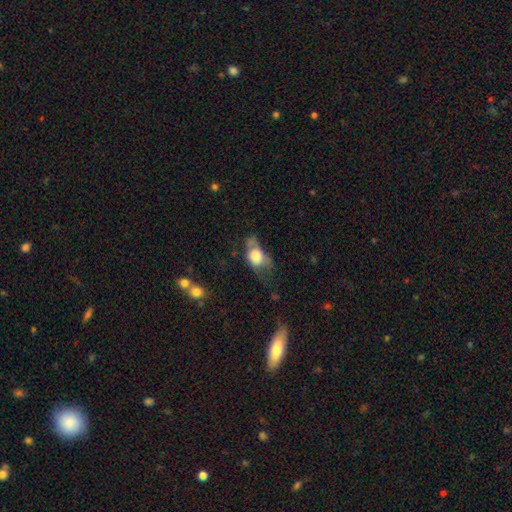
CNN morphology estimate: smooth_or_featured: smooth (p=0.68) [alt: featured or disk p=0.23]
how_rounded: in between (p=0.69) [alt: round p=0.28]
merging: major disturbance (p=0.42) [alt: minor disturbance p=0.27]